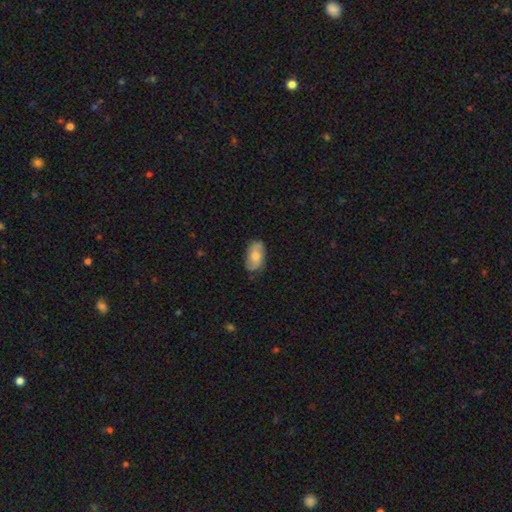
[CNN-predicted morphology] The model was most divided on "smooth or featured": smooth: 65%, featured or disk: 29%, star or artifact: 7%. More confident: how rounded — in between (92%); merging — none (73%).